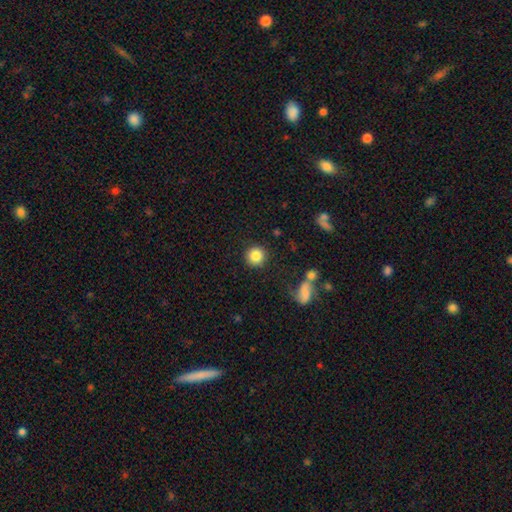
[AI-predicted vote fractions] Smooth or featured?
  - smooth: 85% *
  - star or artifact: 9%
  - featured or disk: 6%
How rounded?
  - round: 93% *
  - in between: 6%
  - cigar-shaped: 1%
Merging?
  - none: 89% *
  - minor disturbance: 6%
  - major disturbance: 3%
  - merger: 2%